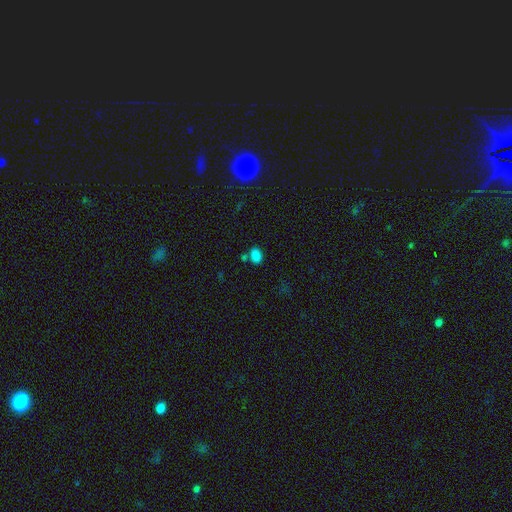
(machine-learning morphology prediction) Smooth or featured? Predicted: smooth (p=0.81). How rounded? Predicted: in between (p=0.82). Merging? Predicted: none (p=0.67).